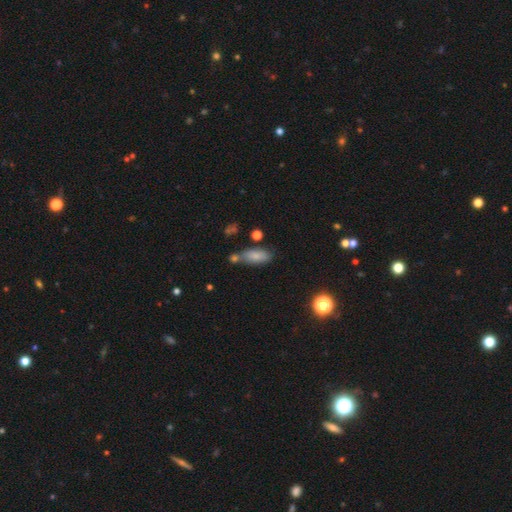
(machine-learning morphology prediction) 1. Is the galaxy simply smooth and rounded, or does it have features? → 80% smooth, 11% featured or disk, 9% star or artifact.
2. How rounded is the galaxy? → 81% in between, 15% cigar-shaped, 4% round.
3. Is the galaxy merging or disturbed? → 57% none, 19% minor disturbance, 17% merger, 6% major disturbance.